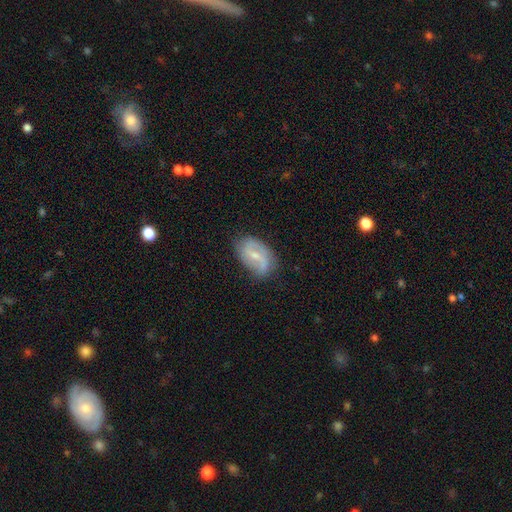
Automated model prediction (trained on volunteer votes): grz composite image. It shows a featured or disk galaxy (74%) with a weak bar (55%), 2 (81%) loose (42%) spiral arms (89%) and a small central bulge (57%). Merging: none (70%).